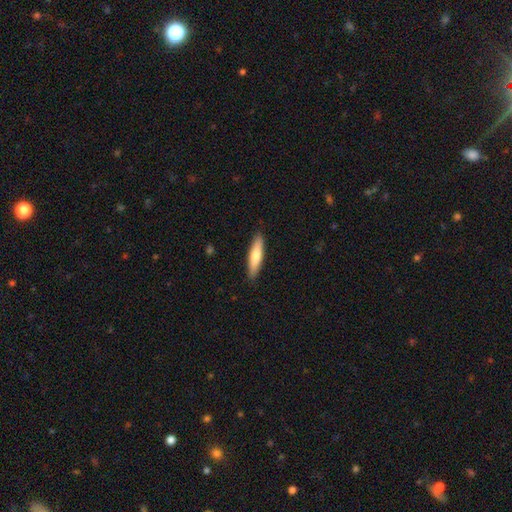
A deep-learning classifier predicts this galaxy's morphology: type=smooth (71%); roundness=cigar-shaped (79%); merging=none (90%).